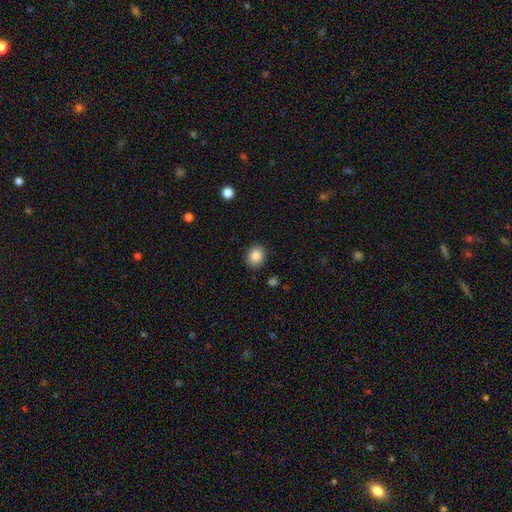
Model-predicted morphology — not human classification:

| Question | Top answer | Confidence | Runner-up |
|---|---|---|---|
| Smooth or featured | smooth | 86% | star or artifact (9%) |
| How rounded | round | 63% | in between (36%) |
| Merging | none | 88% | minor disturbance (8%) |